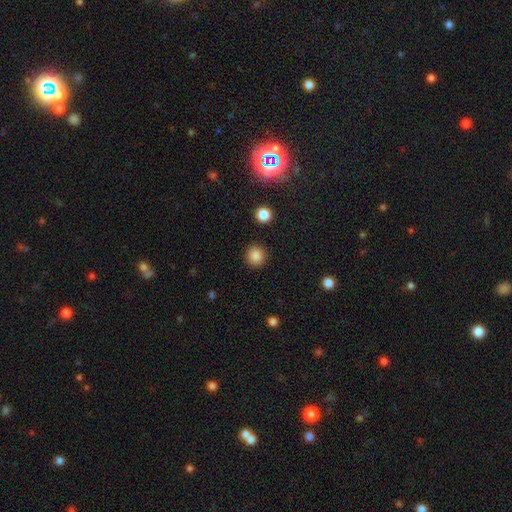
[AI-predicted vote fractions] This appears to be a smooth galaxy with no disk features (86%) that is round (93%). Merging: none (91%).